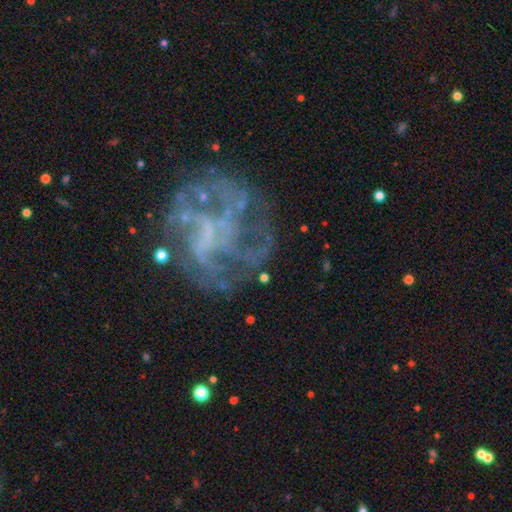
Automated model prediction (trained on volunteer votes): Q: Smooth or featured?
A: featured or disk (78%); runner-up: star or artifact (12%)
Q: Edge-on disk?
A: no (98%); runner-up: yes (2%)
Q: Bar?
A: no (53%); runner-up: weak (35%)
Q: Spiral arms?
A: yes (75%); runner-up: no (25%)
Q: Spiral winding?
A: medium (41%); runner-up: loose (31%)
Q: Spiral arm count?
A: can't tell (33%); runner-up: 3 (24%)
Q: Bulge size?
A: none (66%); runner-up: small (20%)
Q: Merging?
A: none (56%); runner-up: major disturbance (25%)